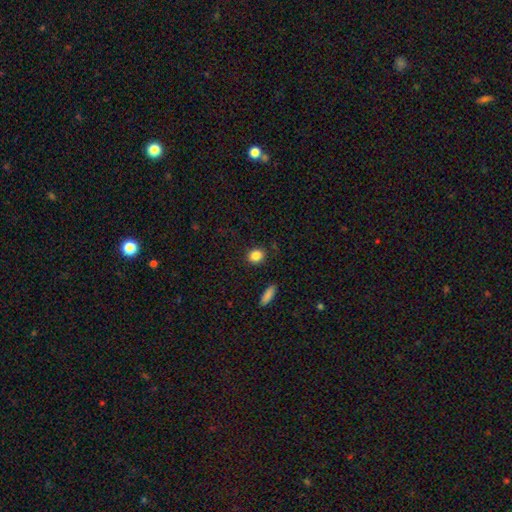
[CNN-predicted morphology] smooth_or_featured: smooth (p=0.85) [alt: star or artifact p=0.10]
how_rounded: round (p=0.71) [alt: in between p=0.28]
merging: none (p=0.89) [alt: minor disturbance p=0.07]